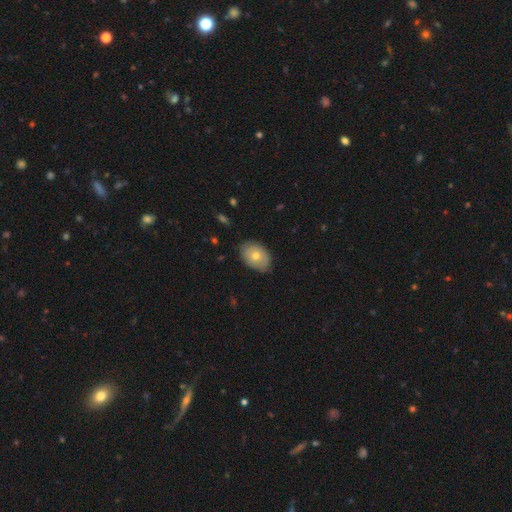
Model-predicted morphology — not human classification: smooth 66%, featured or disk 26%, star or artifact 8%. Down the decision tree: how rounded — in between (78%); merging — none (78%).